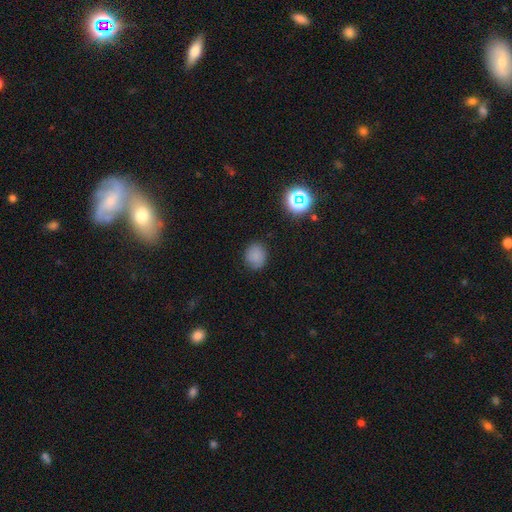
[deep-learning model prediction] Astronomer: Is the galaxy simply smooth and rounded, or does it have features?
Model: smooth — 79%.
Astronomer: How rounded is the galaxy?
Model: round — 72%.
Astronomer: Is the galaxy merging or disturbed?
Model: none — 85%.